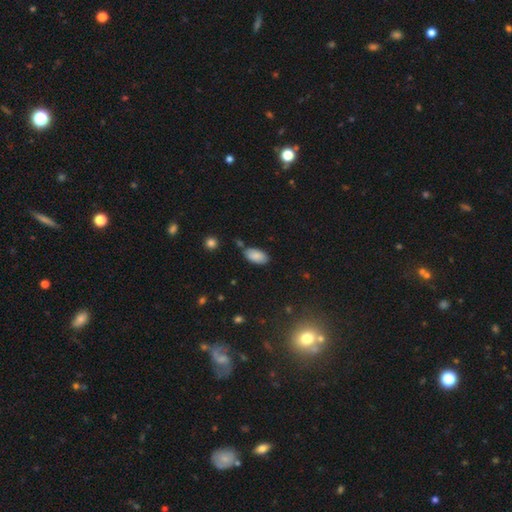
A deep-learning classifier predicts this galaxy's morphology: This appears to be a smooth galaxy with no disk features (87%) that is in between round and cigar-shaped (94%). Merging: none (72%).